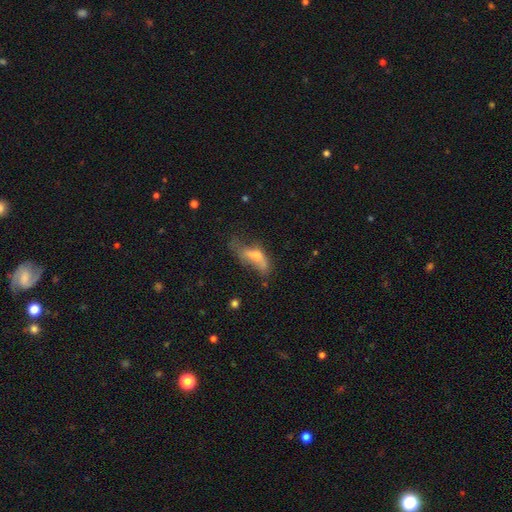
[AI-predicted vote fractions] Q: Smooth or featured?
A: smooth (45%); runner-up: featured or disk (44%)
Q: Merging?
A: major disturbance (36%); runner-up: none (29%)